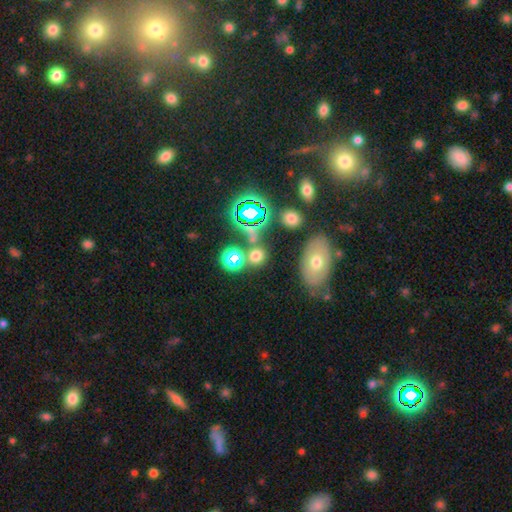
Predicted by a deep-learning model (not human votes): Morphology: type=smooth (60%); roundness=round (74%); merging=none (66%).